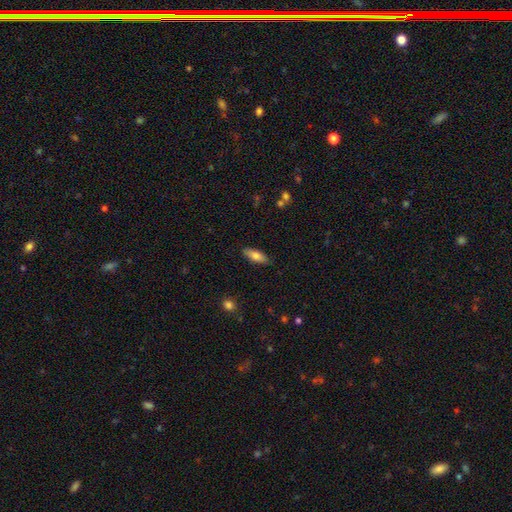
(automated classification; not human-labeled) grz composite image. It shows a smooth galaxy with no disk features (76%) that is in between round and cigar-shaped (66%). Merging: none (87%).